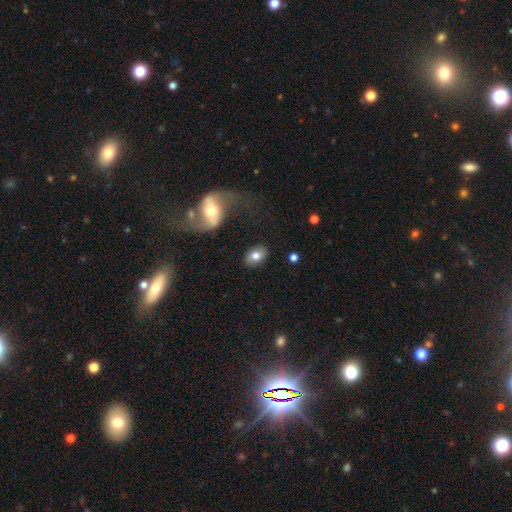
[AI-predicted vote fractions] smooth_or_featured: smooth (p=0.75) [alt: featured or disk p=0.17]
how_rounded: in between (p=0.85) [alt: round p=0.13]
merging: none (p=0.86) [alt: minor disturbance p=0.09]